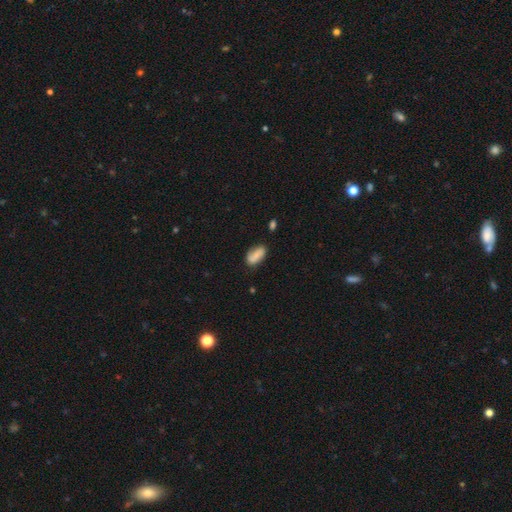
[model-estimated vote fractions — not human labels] smooth 74%, featured or disk 18%, star or artifact 8%. Down the decision tree: how rounded — in between (88%); merging — none (68%).